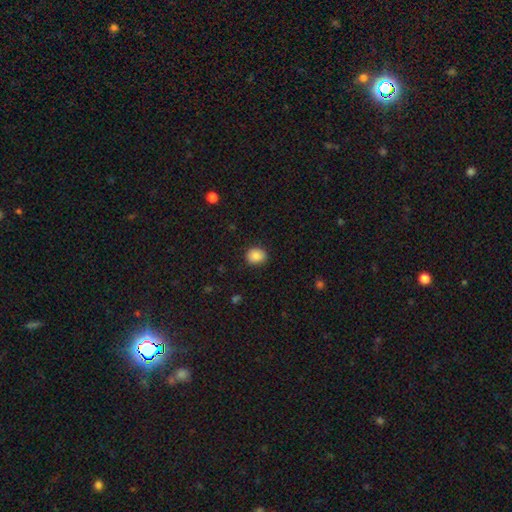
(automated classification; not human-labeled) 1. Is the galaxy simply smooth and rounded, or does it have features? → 87% smooth, 9% star or artifact, 5% featured or disk.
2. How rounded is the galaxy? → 61% round, 38% in between, 1% cigar-shaped.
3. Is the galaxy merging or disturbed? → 86% none, 10% minor disturbance, 2% major disturbance, 1% merger.